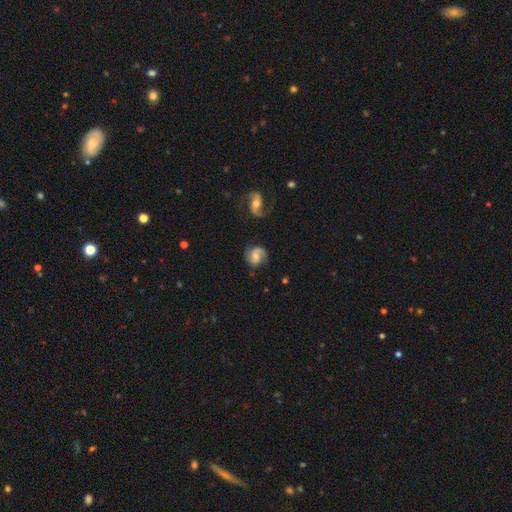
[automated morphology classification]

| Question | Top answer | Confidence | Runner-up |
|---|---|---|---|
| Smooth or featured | featured or disk | 77% | smooth (16%) |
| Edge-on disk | no | 97% | yes (3%) |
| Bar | no | 49% | weak (40%) |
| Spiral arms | yes | 95% | no (5%) |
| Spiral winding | medium | 50% | loose (28%) |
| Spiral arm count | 2 | 80% | 1 (12%) |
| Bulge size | moderate | 50% | small (31%) |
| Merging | none | 67% | minor disturbance (19%) |